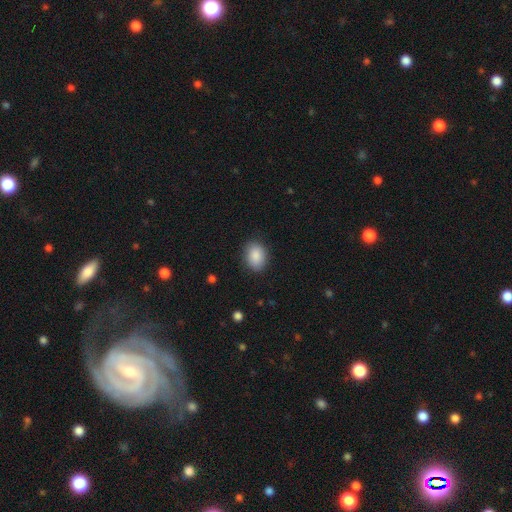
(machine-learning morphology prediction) A smooth galaxy with no disk features (88%) that is in between round and cigar-shaped (69%). Merging: none (85%).